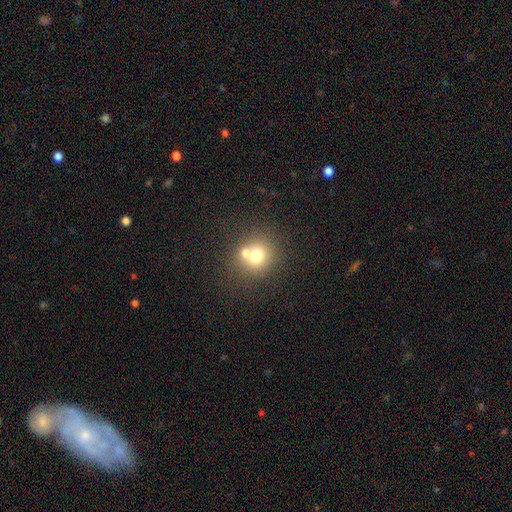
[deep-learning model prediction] A smooth galaxy with no disk features (69%) that is round (83%).

Vote fractions:
- Smooth or featured? smooth: 69% / featured or disk: 18% / star or artifact: 13%
- How rounded? round: 83% / in between: 16% / cigar-shaped: 1%
- Merging? none: 47% / merger: 43% / minor disturbance: 8% / major disturbance: 3%